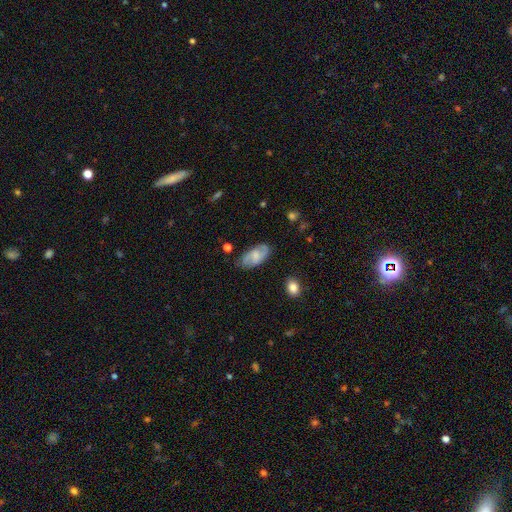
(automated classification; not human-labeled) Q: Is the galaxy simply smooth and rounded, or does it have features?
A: featured or disk — 52%.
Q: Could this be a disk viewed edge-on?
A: no — 94%.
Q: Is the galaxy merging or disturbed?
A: none — 74%.